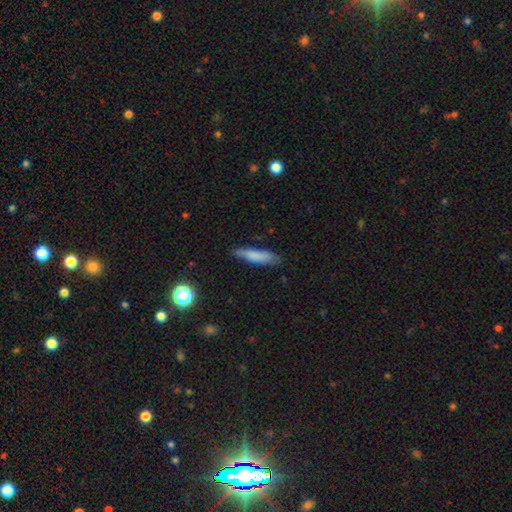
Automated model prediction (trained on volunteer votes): smooth 76%, featured or disk 17%, star or artifact 7%. Down the decision tree: how rounded — cigar-shaped (77%); merging — none (75%).